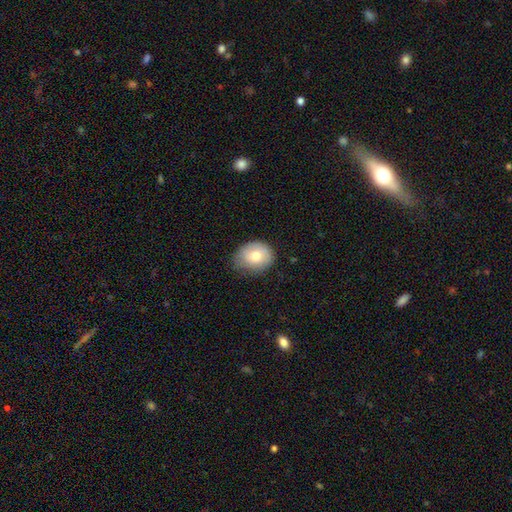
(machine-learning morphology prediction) This appears to be a smooth galaxy with no disk features (75%) that is round (52%). Merging: none (68%).